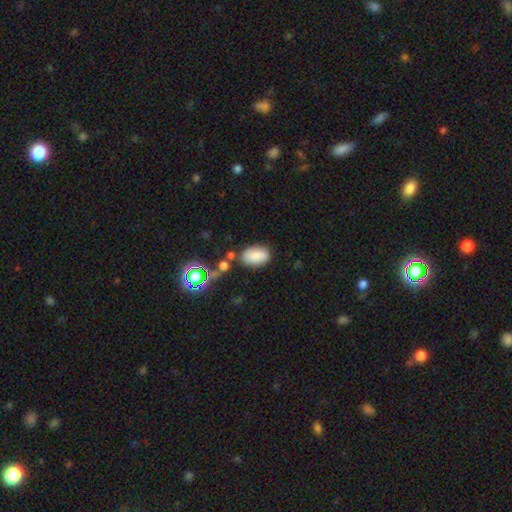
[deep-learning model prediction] smooth_or_featured: smooth (p=0.80) [alt: star or artifact p=0.11]
how_rounded: in between (p=0.89) [alt: round p=0.10]
merging: none (p=0.74) [alt: minor disturbance p=0.15]